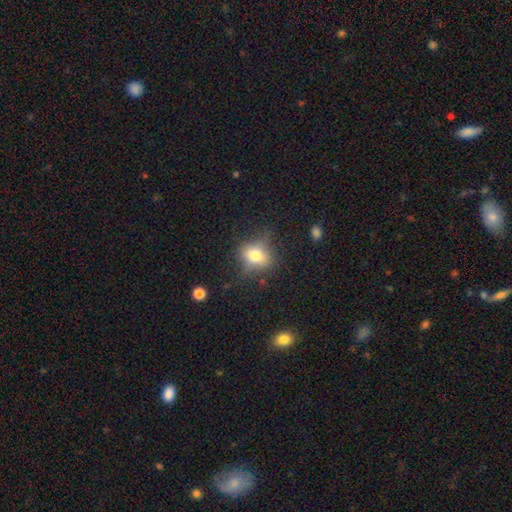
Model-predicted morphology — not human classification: The model was most divided on "how rounded": round: 61%, in between: 37%, cigar-shaped: 2%. More confident: smooth or featured — smooth (70%); merging — none (68%).